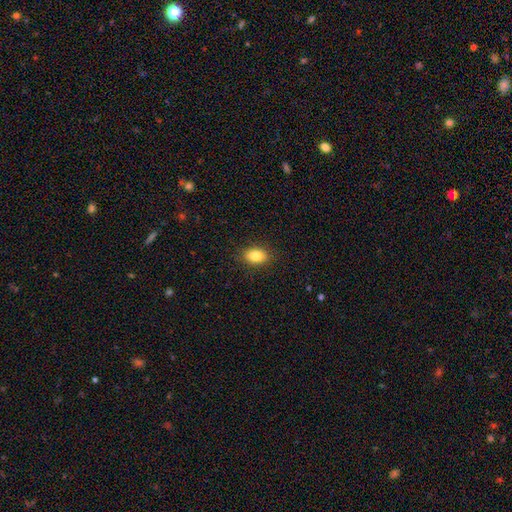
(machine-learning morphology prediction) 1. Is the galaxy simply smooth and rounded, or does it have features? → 85% smooth, 9% star or artifact, 7% featured or disk.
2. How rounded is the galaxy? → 82% in between, 16% round, 1% cigar-shaped.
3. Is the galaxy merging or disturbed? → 88% none, 9% minor disturbance, 2% major disturbance, 1% merger.